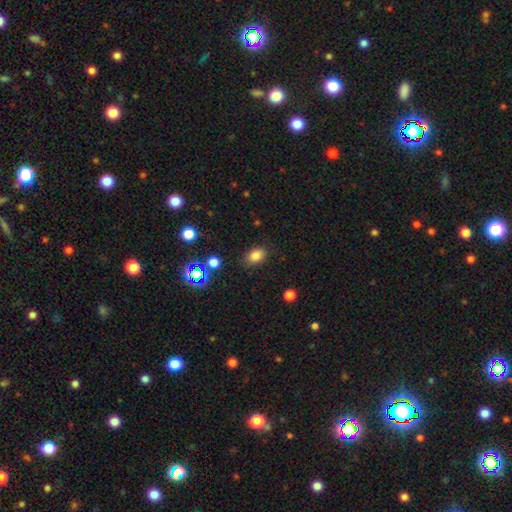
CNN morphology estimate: Smooth or featured: smooth — 81% (star or artifact — 14%)
How rounded: in between — 75% (round — 24%)
Merging: none — 84% (minor disturbance — 11%)